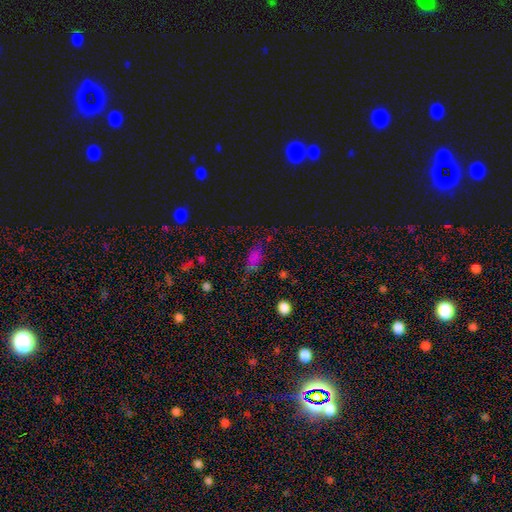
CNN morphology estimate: smooth_or_featured: smooth (p=0.61) [alt: star or artifact p=0.29]
how_rounded: in between (p=0.72) [alt: cigar-shaped p=0.17]
merging: none (p=0.68) [alt: minor disturbance p=0.20]